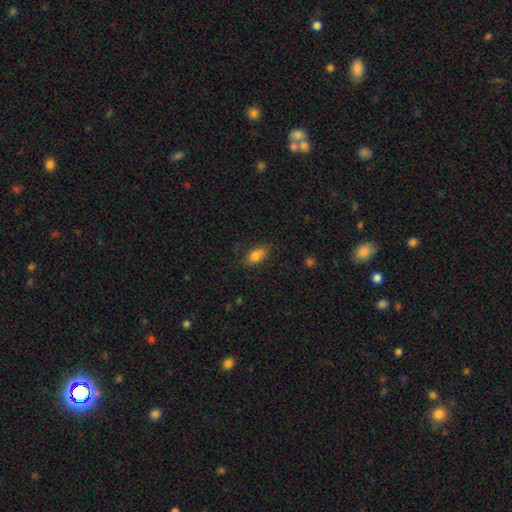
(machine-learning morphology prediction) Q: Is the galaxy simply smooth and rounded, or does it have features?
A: smooth — 78%.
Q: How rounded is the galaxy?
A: in between — 83%.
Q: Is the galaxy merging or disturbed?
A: none — 64%.